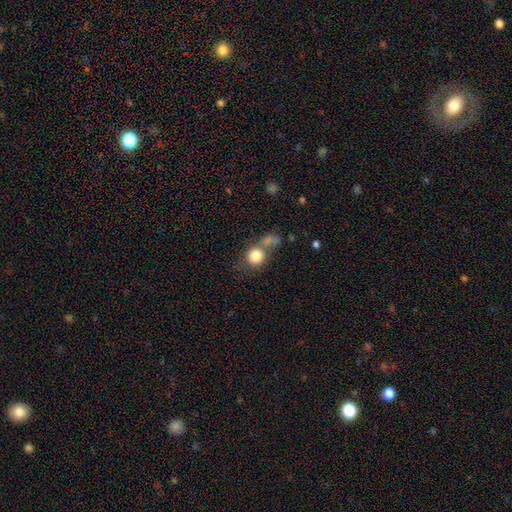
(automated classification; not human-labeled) This is clearly a smooth galaxy (81%). How rounded: clearly round (82%). Merging: marginally none (40%).